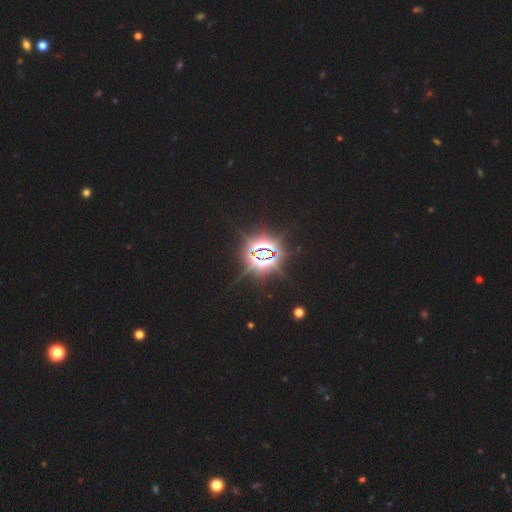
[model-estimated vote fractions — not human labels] smooth-or-featured: star or artifact: 84% | featured or disk: 8% | smooth: 7%